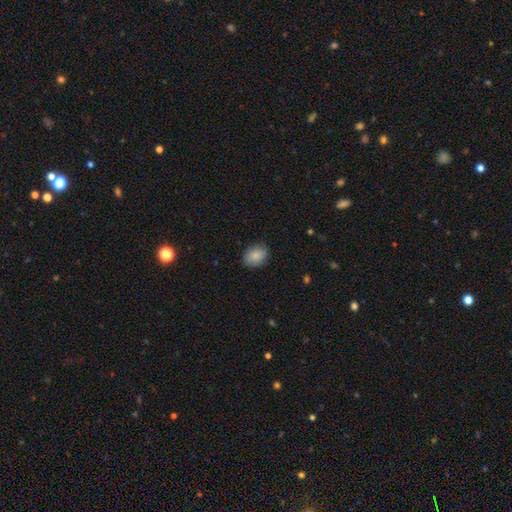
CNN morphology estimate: Smooth or featured? Predicted: smooth (p=0.86). How rounded? Predicted: in between (p=0.69). Merging? Predicted: none (p=0.84).